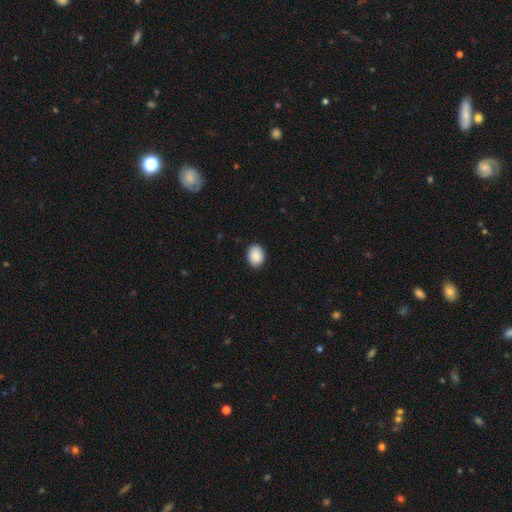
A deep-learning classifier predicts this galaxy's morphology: This is clearly a smooth galaxy (88%). How rounded: likely in between (65%). Merging: clearly none (88%).